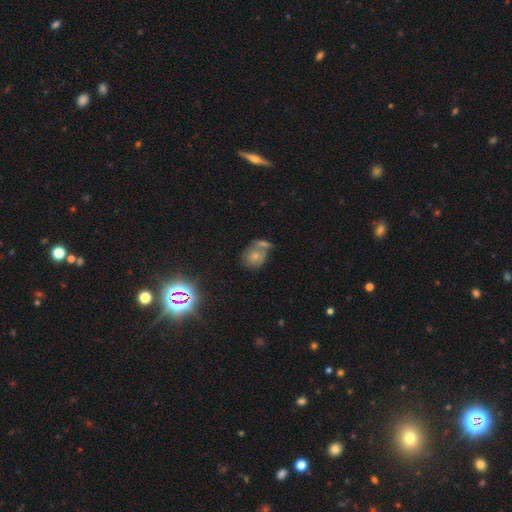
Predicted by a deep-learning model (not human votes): The model was most divided on "merging": merger: 38%, none: 36%, minor disturbance: 17%, major disturbance: 9%. More confident: smooth or featured — smooth (57%); how rounded — round (52%).